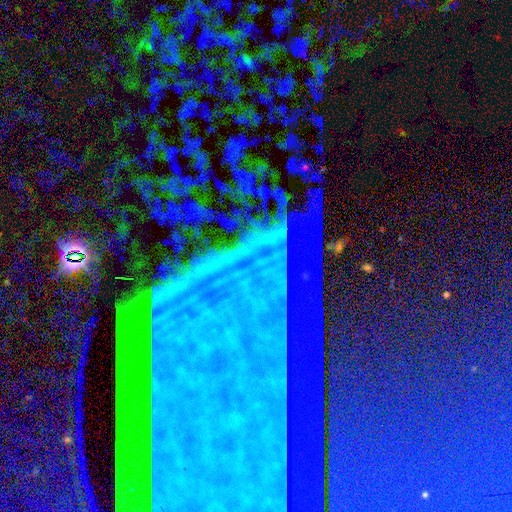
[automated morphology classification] Smooth or featured: star or artifact — 76% (featured or disk — 14%)